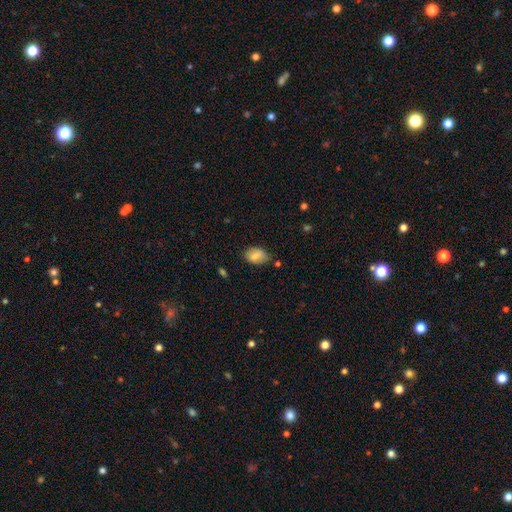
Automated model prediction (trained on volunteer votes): This is likely a smooth galaxy (80%). How rounded: clearly in between (84%). Merging: likely none (71%).